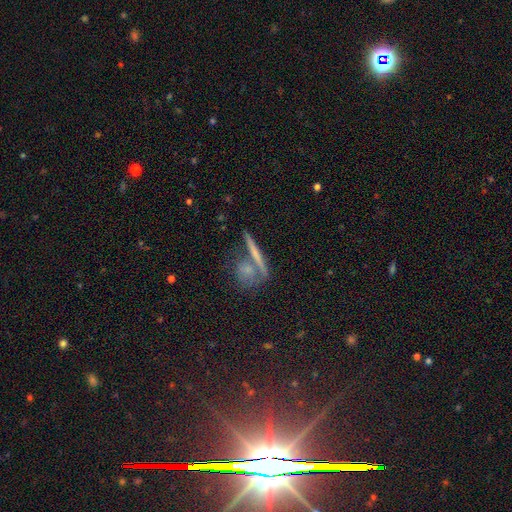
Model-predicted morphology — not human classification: Smooth or featured?
  - smooth: 43% *
  - featured or disk: 41%
  - star or artifact: 15%
Merging?
  - none: 70% *
  - merger: 17%
  - minor disturbance: 9%
  - major disturbance: 4%